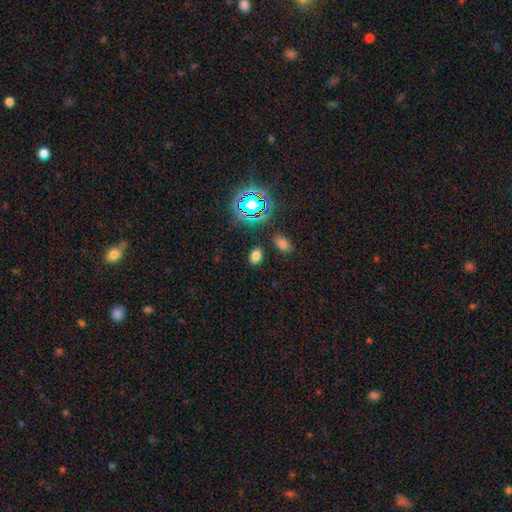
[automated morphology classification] Smooth or featured? Predicted: smooth (p=0.73). How rounded? Predicted: in between (p=0.81). Merging? Predicted: none (p=0.84).